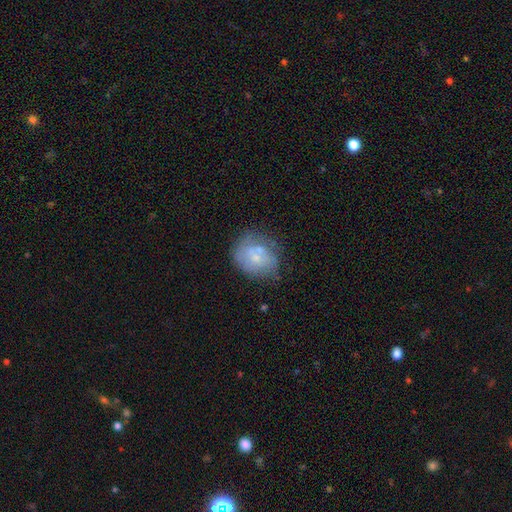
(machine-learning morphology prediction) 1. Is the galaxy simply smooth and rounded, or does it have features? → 49% featured or disk, 43% smooth, 9% star or artifact.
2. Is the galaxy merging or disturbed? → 47% none, 25% minor disturbance, 14% merger, 13% major disturbance.